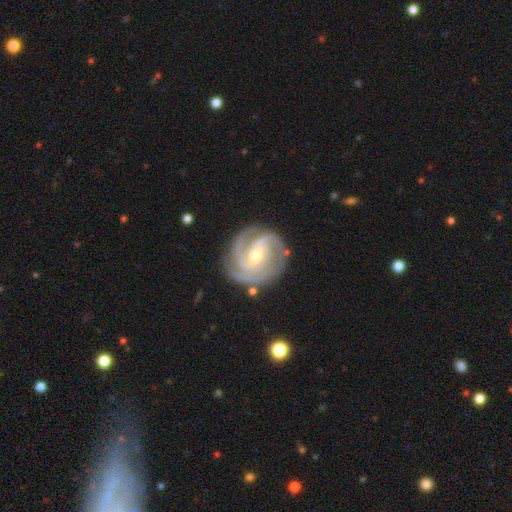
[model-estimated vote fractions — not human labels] featured or disk 92%, smooth 4%, star or artifact 4%. Down the decision tree: edge-on disk — no (98%); bar — weak (41%); spiral arms — yes (98%); spiral arm count — 3 (54%); spiral winding — tight (65%); bulge size — small (52%); merging — none (80%).